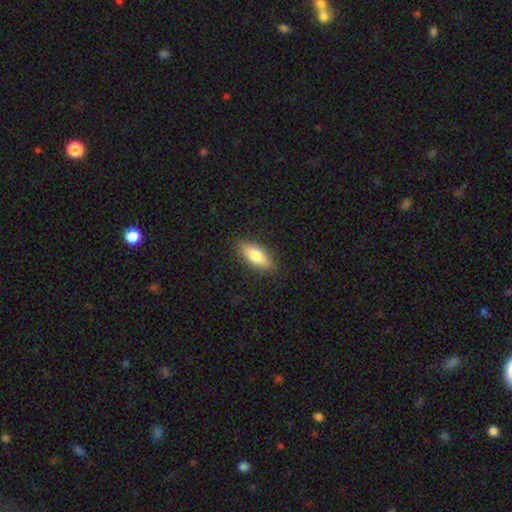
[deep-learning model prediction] smooth 76%, featured or disk 17%, star or artifact 6%. Down the decision tree: how rounded — in between (72%); merging — none (86%).